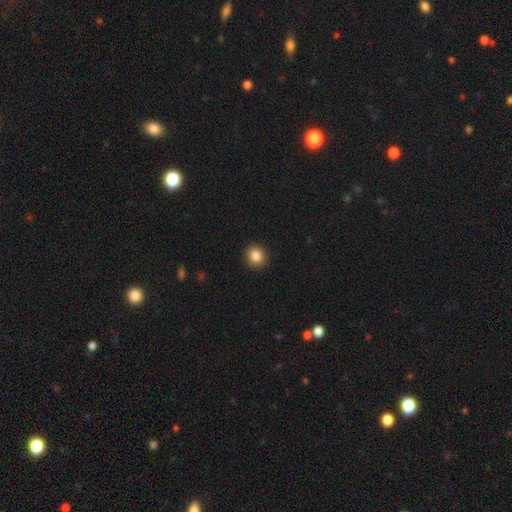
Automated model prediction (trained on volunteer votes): A smooth galaxy with no disk features (86%) that is round (81%).

Vote fractions:
- Smooth or featured? smooth: 86% / star or artifact: 10% / featured or disk: 4%
- How rounded? round: 81% / in between: 18% / cigar-shaped: 1%
- Merging? none: 91% / minor disturbance: 6% / major disturbance: 2% / merger: 1%